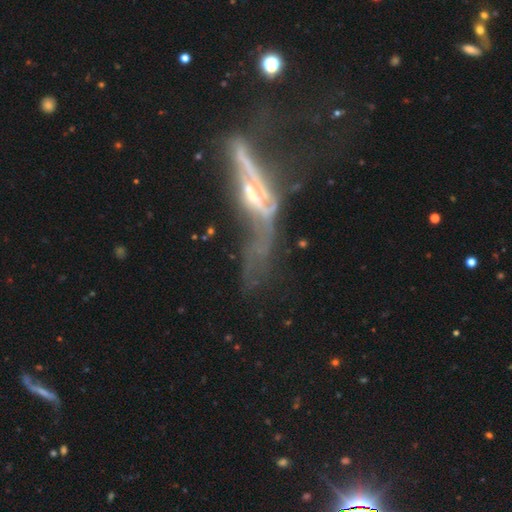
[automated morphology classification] smooth_or_featured: featured or disk (p=0.70) [alt: smooth p=0.17]
disk_edge_on: yes (p=0.57) [alt: no p=0.43]
merging: major disturbance (p=0.41) [alt: none p=0.24]